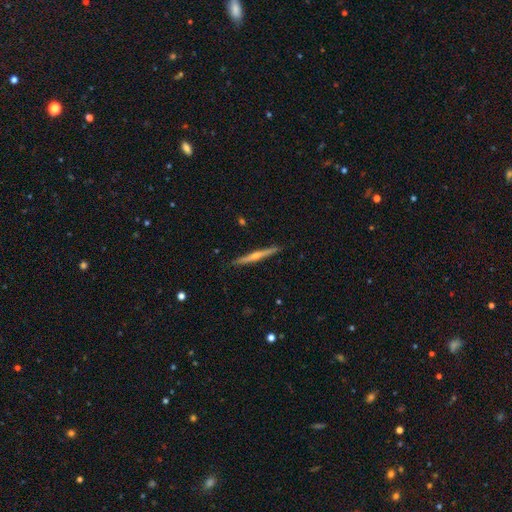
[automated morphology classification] This is likely a featured or disk galaxy (68%). It is clearly viewed edge-on (98%). Edge-on bulge: likely rounded (69%). Merging: clearly none (91%).